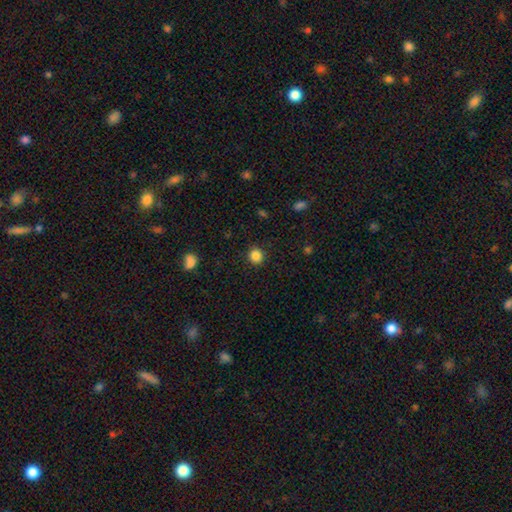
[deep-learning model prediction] Overall: smooth (85%). How rounded: round (88%). Merging: none (91%).